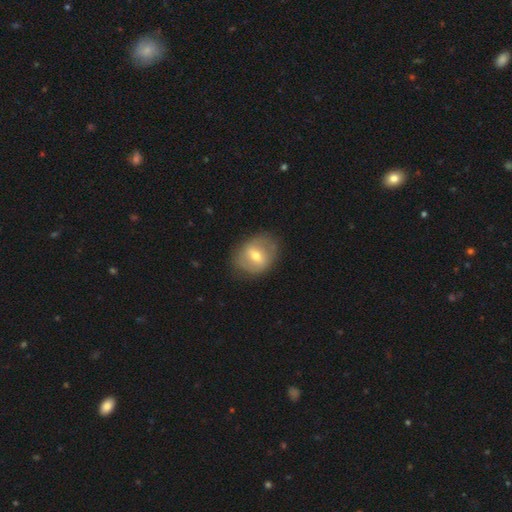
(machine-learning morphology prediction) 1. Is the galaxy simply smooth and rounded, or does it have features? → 48% featured or disk, 45% smooth, 8% star or artifact.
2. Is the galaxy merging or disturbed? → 78% none, 15% minor disturbance, 6% major disturbance, 1% merger.